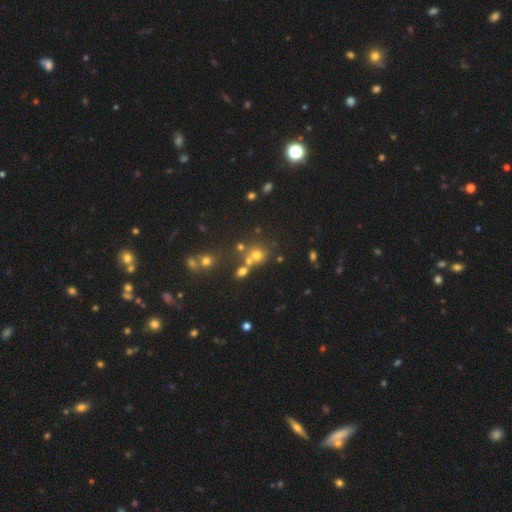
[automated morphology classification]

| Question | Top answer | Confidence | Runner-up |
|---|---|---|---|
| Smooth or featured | smooth | 53% | star or artifact (35%) |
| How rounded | round | 86% | in between (13%) |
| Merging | none | 61% | merger (26%) |